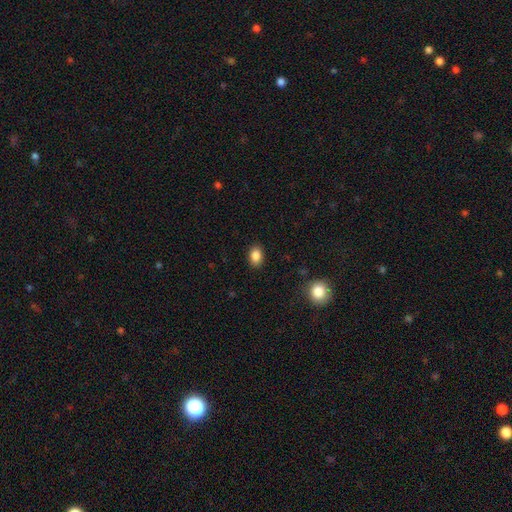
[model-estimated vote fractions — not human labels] Smooth or featured? smooth (87%)
How rounded? in between (82%)
Merging? none (88%)